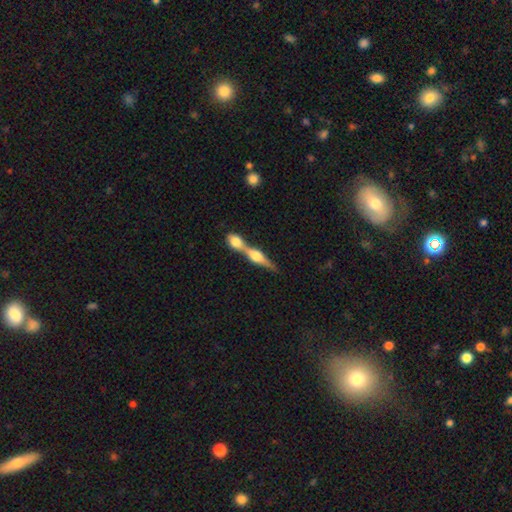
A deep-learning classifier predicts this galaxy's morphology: A featured or disk galaxy (66%) viewed edge-on (93%) with a rounded central bulge (89%). Merging: merger (60%).